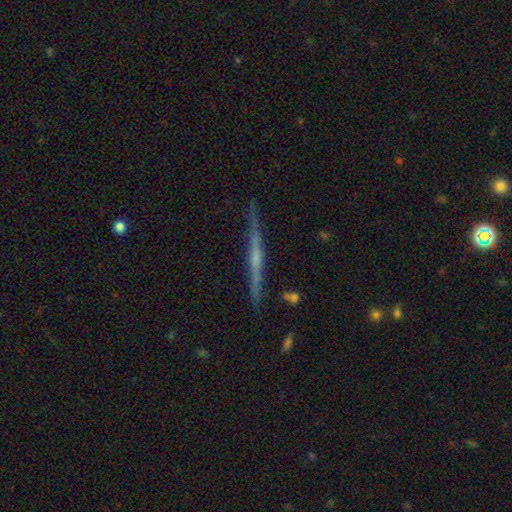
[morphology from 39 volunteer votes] This appears to be a featured or disk galaxy (77%) viewed edge-on (100%) with no central bulge (73%). Merging: none (92%).